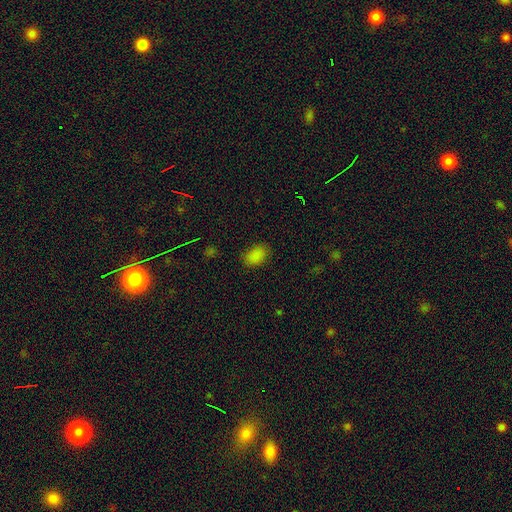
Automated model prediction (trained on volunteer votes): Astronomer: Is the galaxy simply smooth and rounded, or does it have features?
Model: smooth — 83%.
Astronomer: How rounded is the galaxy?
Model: in between — 87%.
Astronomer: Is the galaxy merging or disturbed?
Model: none — 82%.